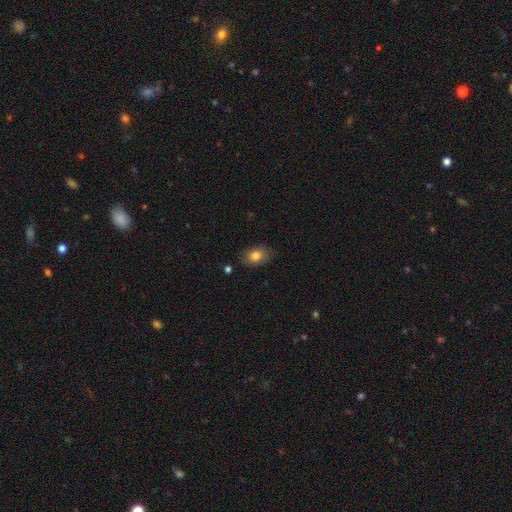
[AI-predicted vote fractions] This is clearly a smooth galaxy (81%). How rounded: likely in between (77%). Merging: clearly none (82%).